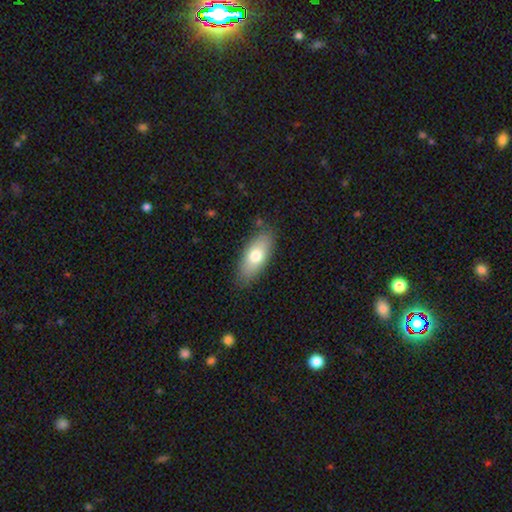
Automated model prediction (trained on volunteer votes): Smooth or featured?
  - smooth: 73% *
  - featured or disk: 21%
  - star or artifact: 7%
How rounded?
  - in between: 83% *
  - cigar-shaped: 14%
  - round: 3%
Merging?
  - none: 83% *
  - minor disturbance: 13%
  - major disturbance: 3%
  - merger: 1%